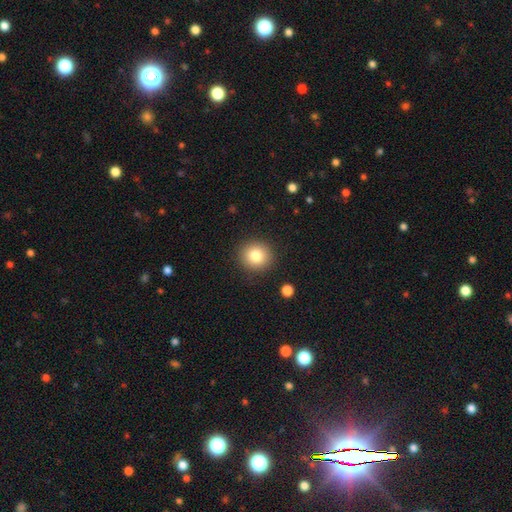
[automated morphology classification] smooth 80%, star or artifact 11%, featured or disk 9%. Down the decision tree: how rounded — round (90%); merging — none (90%).